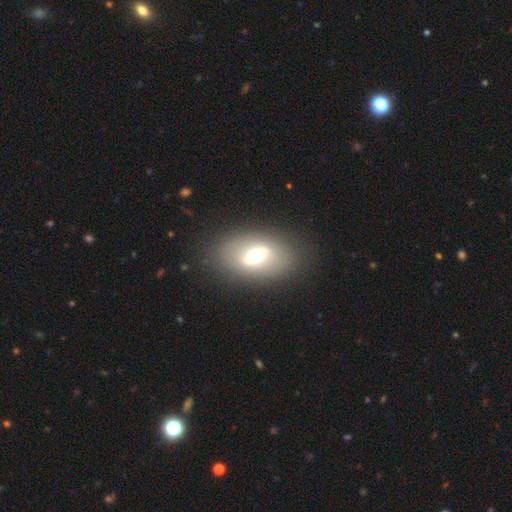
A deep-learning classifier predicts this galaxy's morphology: Smooth or featured?
  - featured or disk: 46% *
  - smooth: 44%
  - star or artifact: 10%
Merging?
  - none: 84% *
  - minor disturbance: 10%
  - major disturbance: 5%
  - merger: 2%